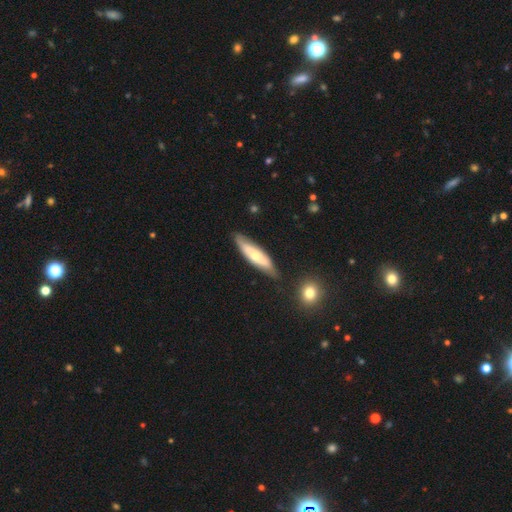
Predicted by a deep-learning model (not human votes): A featured or disk galaxy (50%) viewed edge-on (54%). Merging: none (75%).